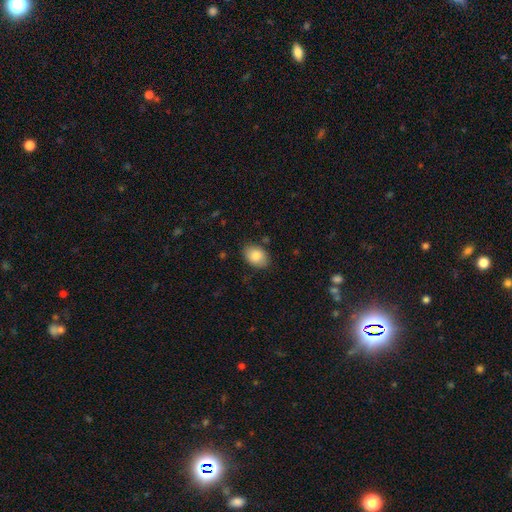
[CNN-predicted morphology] Smooth or featured? smooth (84%)
How rounded? in between (79%)
Merging? none (84%)